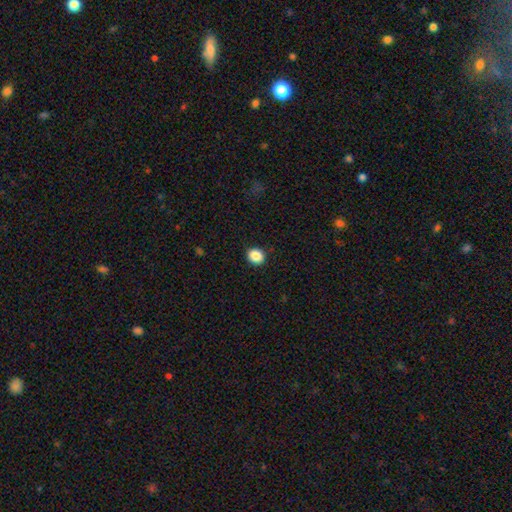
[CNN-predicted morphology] Smooth or featured: smooth — 88% (star or artifact — 9%)
How rounded: round — 74% (in between — 25%)
Merging: none — 91% (minor disturbance — 6%)